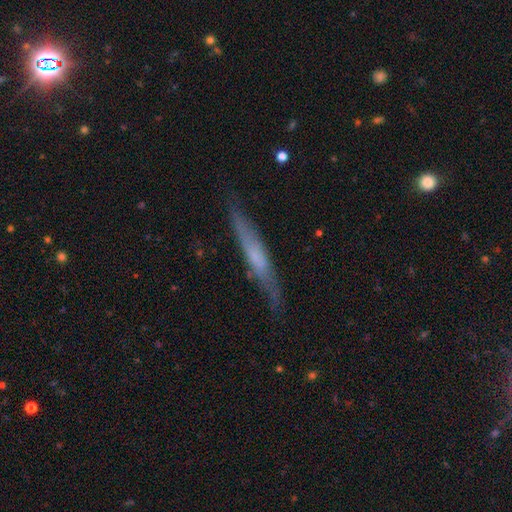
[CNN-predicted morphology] Q: Smooth or featured?
A: featured or disk (52%); runner-up: smooth (41%)
Q: Edge-on disk?
A: yes (87%); runner-up: no (13%)
Q: Merging?
A: none (75%); runner-up: minor disturbance (18%)